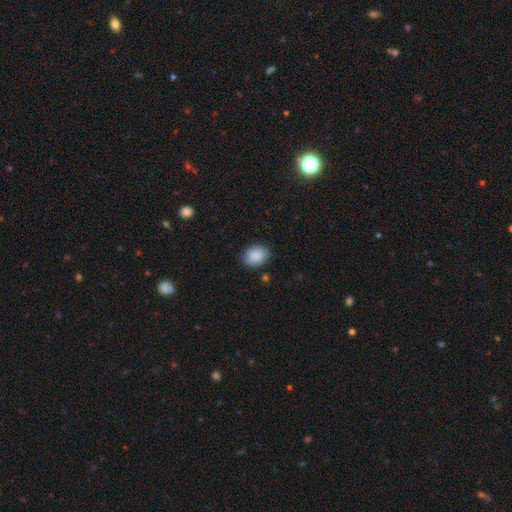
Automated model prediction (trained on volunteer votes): Smooth or featured? Predicted: smooth (p=0.89). How rounded? Predicted: in between (p=0.55). Merging? Predicted: none (p=0.84).